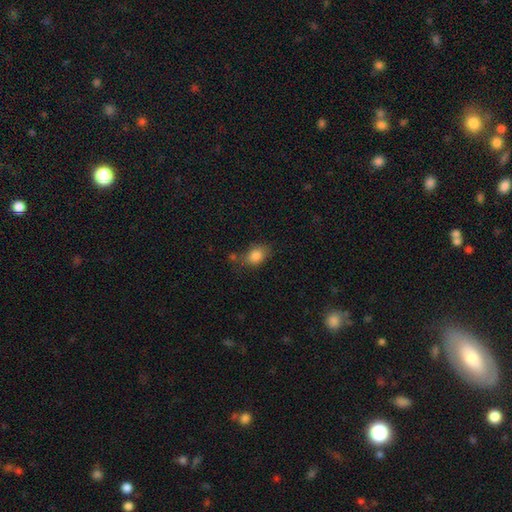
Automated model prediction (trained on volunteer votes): smooth 84%, star or artifact 9%, featured or disk 7%. Down the decision tree: how rounded — in between (74%); merging — none (63%).